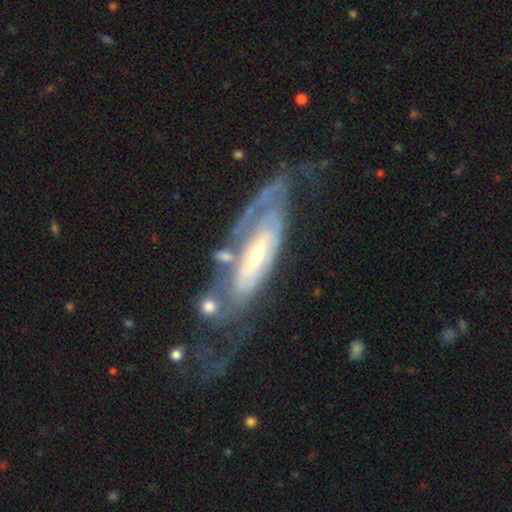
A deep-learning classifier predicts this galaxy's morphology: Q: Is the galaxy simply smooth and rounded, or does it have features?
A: featured or disk — 82%.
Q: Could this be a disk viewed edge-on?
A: no — 84%.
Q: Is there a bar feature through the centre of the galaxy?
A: no — 46%.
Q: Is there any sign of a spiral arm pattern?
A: yes — 83%.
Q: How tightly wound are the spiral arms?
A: tight — 56%.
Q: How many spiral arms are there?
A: can't tell — 43%.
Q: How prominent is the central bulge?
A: small — 61%.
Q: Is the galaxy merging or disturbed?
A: none — 46%.